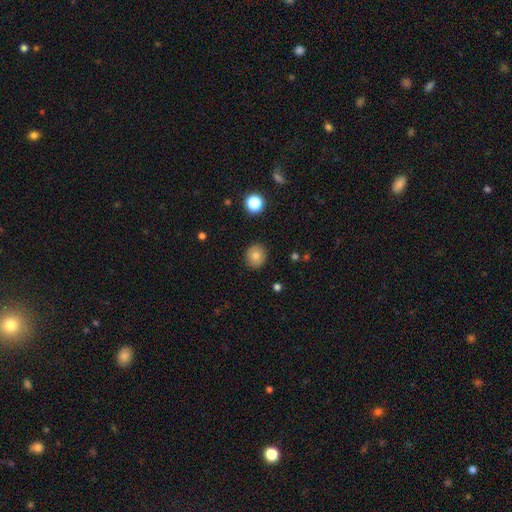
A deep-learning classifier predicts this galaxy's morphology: Smooth or featured? smooth (78%)
How rounded? round (83%)
Merging? none (89%)